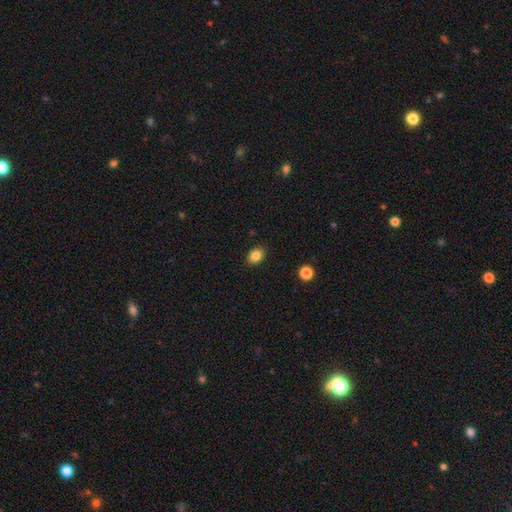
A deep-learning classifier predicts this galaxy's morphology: A smooth galaxy with no disk features (84%) that is in between round and cigar-shaped (64%). Merging: none (89%).